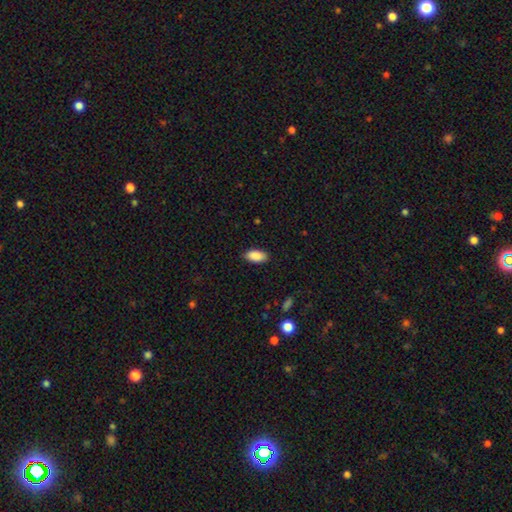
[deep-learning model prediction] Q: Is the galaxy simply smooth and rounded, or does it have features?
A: smooth — 90%.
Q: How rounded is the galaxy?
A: in between — 93%.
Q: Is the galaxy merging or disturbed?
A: none — 87%.